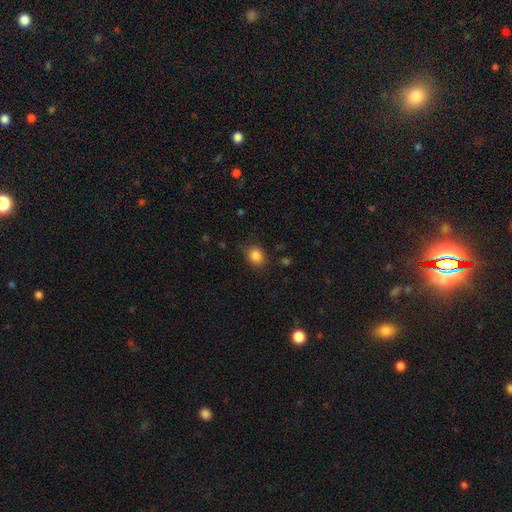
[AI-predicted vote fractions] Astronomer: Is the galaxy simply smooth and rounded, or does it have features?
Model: smooth — 86%.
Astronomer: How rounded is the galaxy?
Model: round — 56% (runner-up: in between, 43%).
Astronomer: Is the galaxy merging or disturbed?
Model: none — 80%.